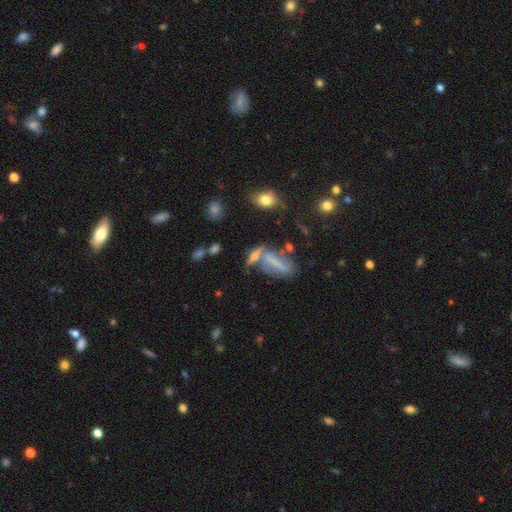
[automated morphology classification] Smooth or featured? Predicted: smooth (p=0.46). Merging? Predicted: none (p=0.37).